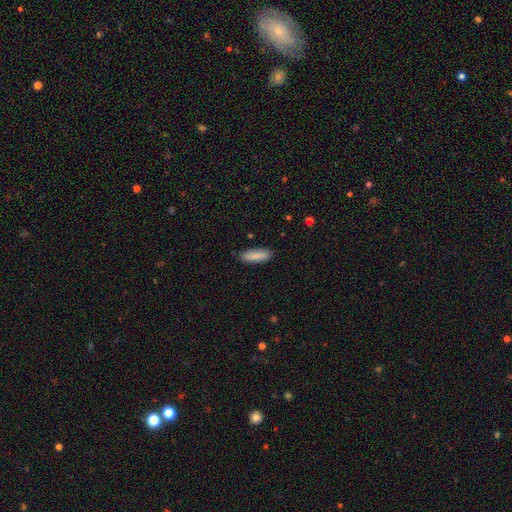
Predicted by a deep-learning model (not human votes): smooth_or_featured: smooth (p=0.87) [alt: featured or disk p=0.07]
how_rounded: cigar-shaped (p=0.53) [alt: in between p=0.45]
merging: none (p=0.85) [alt: minor disturbance p=0.11]